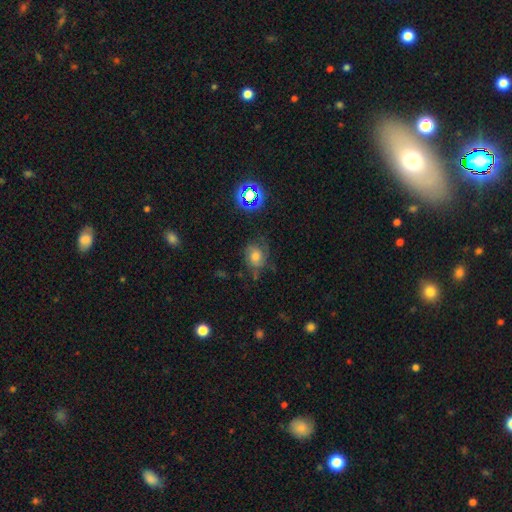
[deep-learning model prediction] Smooth or featured? smooth (47%)
Merging? none (56%)